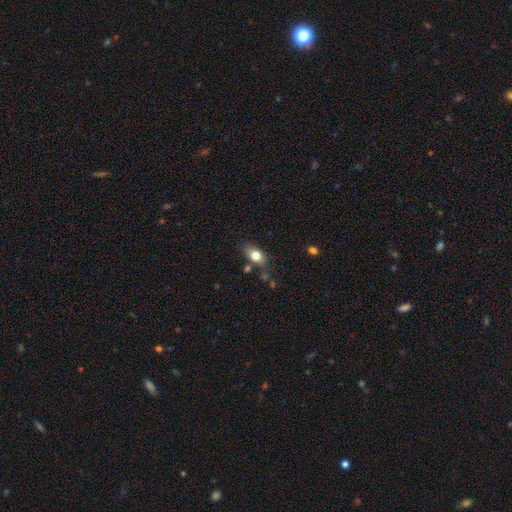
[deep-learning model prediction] A smooth galaxy with no disk features (78%) that is in between round and cigar-shaped (81%).

Vote fractions:
- Smooth or featured? smooth: 78% / featured or disk: 13% / star or artifact: 9%
- How rounded? in between: 81% / round: 16% / cigar-shaped: 4%
- Merging? none: 68% / minor disturbance: 19% / merger: 7% / major disturbance: 5%